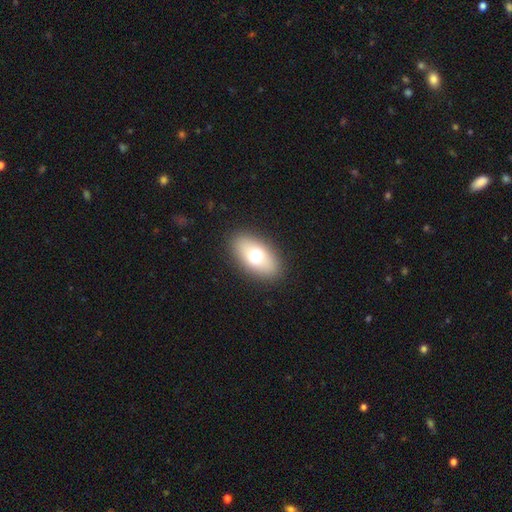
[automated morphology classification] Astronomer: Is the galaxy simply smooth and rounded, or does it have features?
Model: smooth — 68%.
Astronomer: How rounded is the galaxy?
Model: in between — 89%.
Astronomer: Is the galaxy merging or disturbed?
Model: none — 88%.